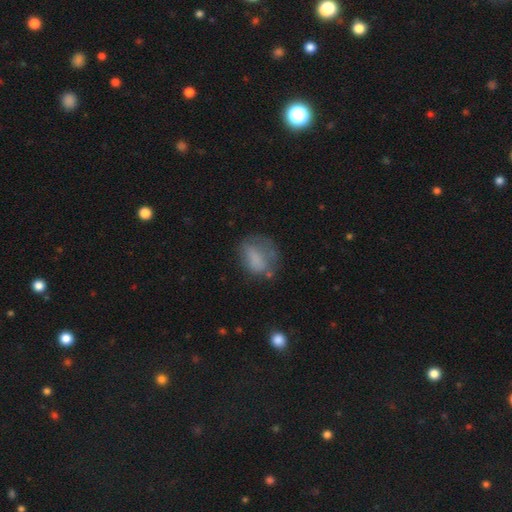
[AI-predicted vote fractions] Q: Smooth or featured?
A: smooth (67%); runner-up: featured or disk (21%)
Q: How rounded?
A: in between (64%); runner-up: round (34%)
Q: Merging?
A: none (46%); runner-up: minor disturbance (27%)